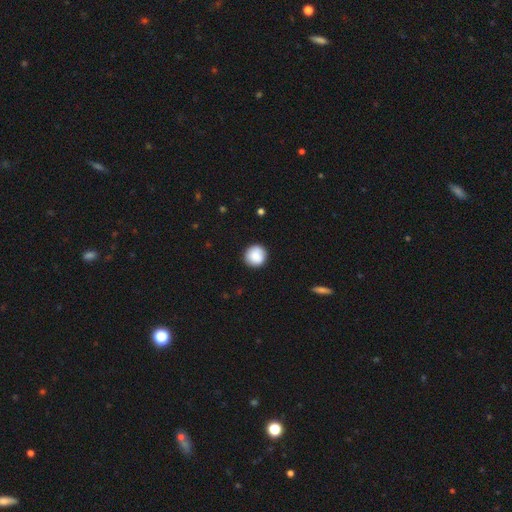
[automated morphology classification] Smooth or featured: smooth — 86% (star or artifact — 8%)
How rounded: round — 94% (in between — 5%)
Merging: none — 90% (minor disturbance — 7%)